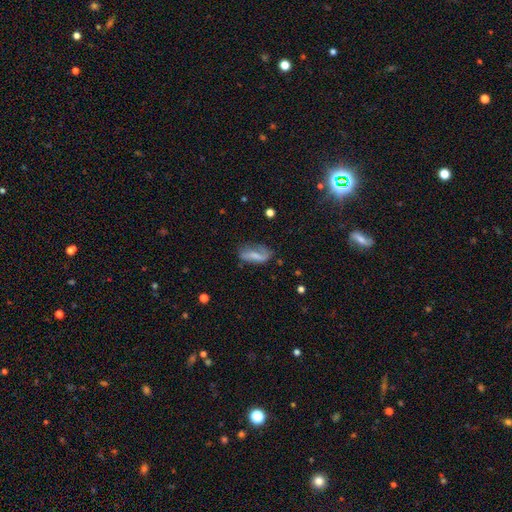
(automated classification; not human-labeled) Morphology: type=featured or disk (49%); merging=none (49%).